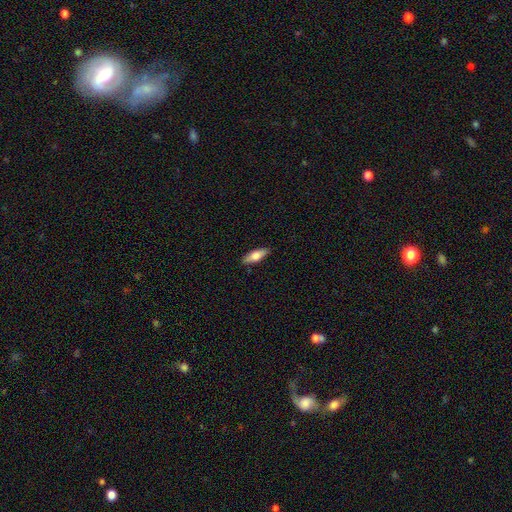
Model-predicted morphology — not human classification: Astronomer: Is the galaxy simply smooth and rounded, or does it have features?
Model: smooth — 67%.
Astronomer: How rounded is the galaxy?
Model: in between — 58% (runner-up: cigar-shaped, 39%).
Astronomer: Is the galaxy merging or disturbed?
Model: none — 86%.